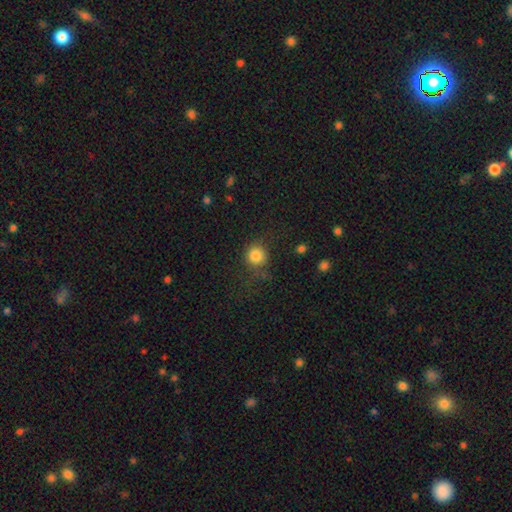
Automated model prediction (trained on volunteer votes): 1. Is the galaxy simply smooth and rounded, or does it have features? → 83% smooth, 11% star or artifact, 6% featured or disk.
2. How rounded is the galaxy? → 90% round, 9% in between, 1% cigar-shaped.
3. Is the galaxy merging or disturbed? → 71% none, 17% minor disturbance, 9% major disturbance, 2% merger.